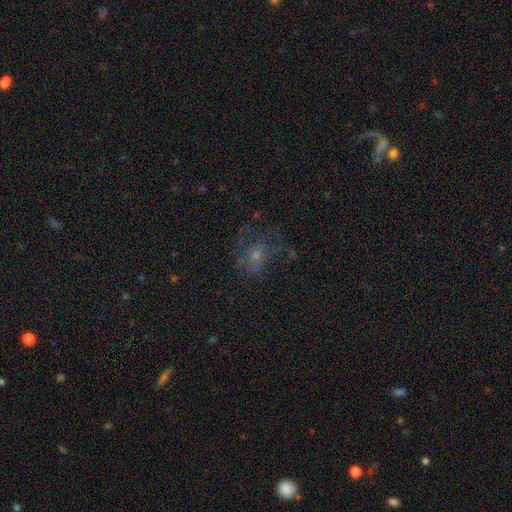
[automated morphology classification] type=smooth (41%); merging=none (48%).